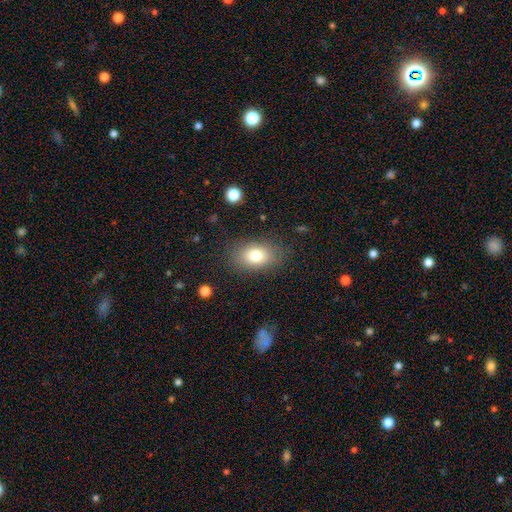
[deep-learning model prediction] Overall: smooth (79%). How rounded: in between (82%). Merging: none (82%).